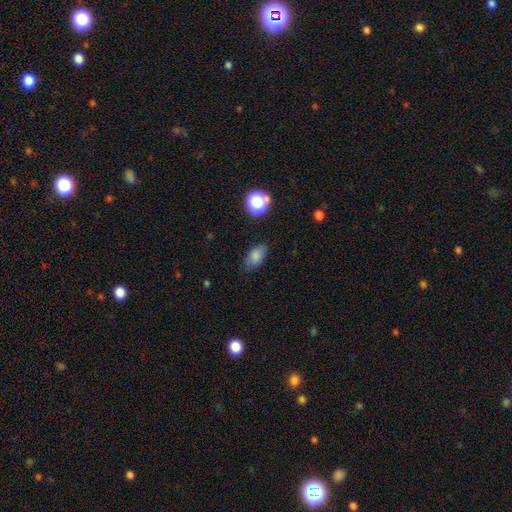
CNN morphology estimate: This is likely a smooth galaxy (80%). How rounded: clearly in between (86%). Merging: likely none (71%).